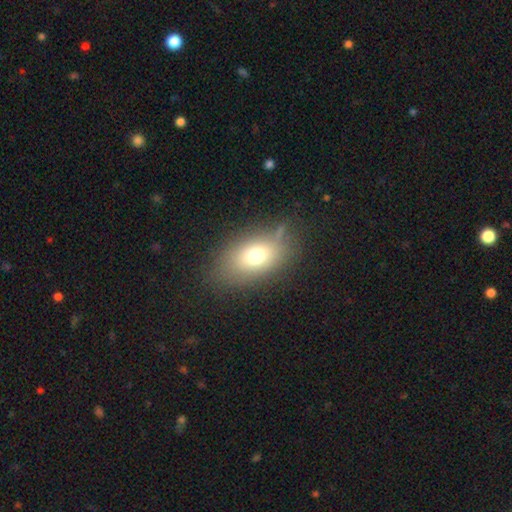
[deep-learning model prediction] Q: Smooth or featured?
A: smooth (70%); runner-up: featured or disk (17%)
Q: How rounded?
A: in between (77%); runner-up: round (21%)
Q: Merging?
A: none (74%); runner-up: minor disturbance (16%)